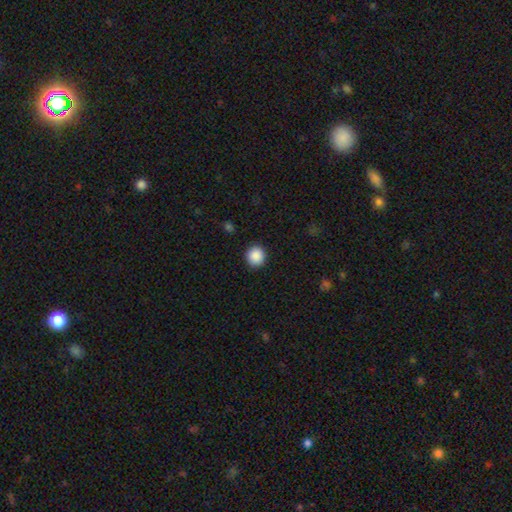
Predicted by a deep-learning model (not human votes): Smooth or featured? Predicted: smooth (p=0.89). How rounded? Predicted: round (p=0.88). Merging? Predicted: none (p=0.91).